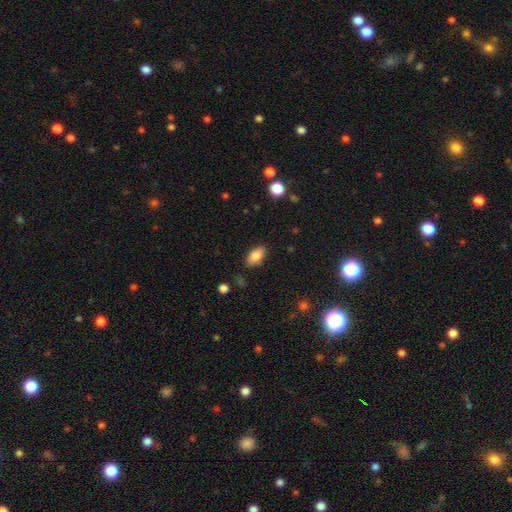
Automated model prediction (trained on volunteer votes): smooth-or-featured: smooth: 85% | star or artifact: 8% | featured or disk: 7%
  how-rounded: in between: 91% | round: 5% | cigar-shaped: 4%
  merging: none: 85% | minor disturbance: 11% | major disturbance: 3% | merger: 1%